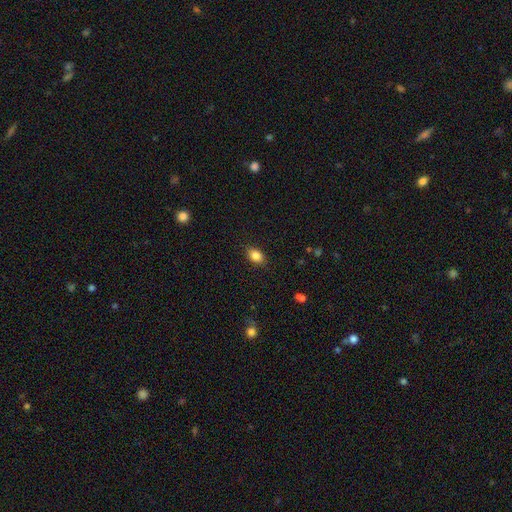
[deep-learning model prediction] smooth_or_featured: smooth (p=0.85) [alt: star or artifact p=0.09]
how_rounded: in between (p=0.83) [alt: round p=0.15]
merging: none (p=0.86) [alt: minor disturbance p=0.10]